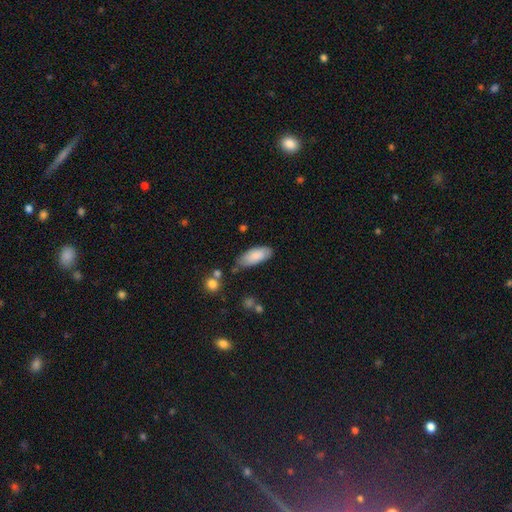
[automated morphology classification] Smooth or featured? Predicted: smooth (p=0.83). How rounded? Predicted: in between (p=0.85). Merging? Predicted: none (p=0.71).